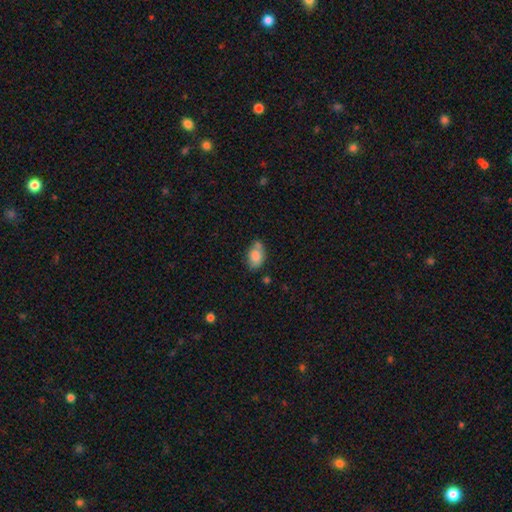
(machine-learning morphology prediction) This appears to be a smooth galaxy with no disk features (78%) that is in between round and cigar-shaped (86%). Merging: none (50%).